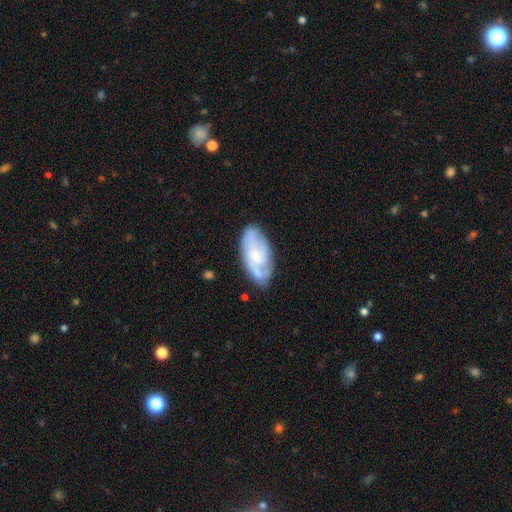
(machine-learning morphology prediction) featured or disk 54%, smooth 40%, star or artifact 7%. Down the decision tree: edge-on disk — no (92%); merging — none (65%).